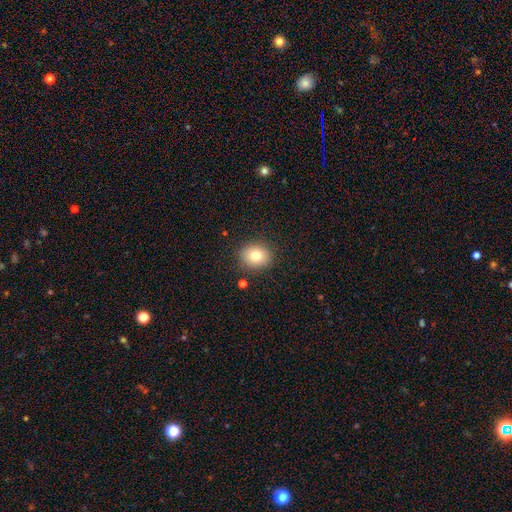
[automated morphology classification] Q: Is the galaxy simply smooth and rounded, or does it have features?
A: smooth — 79%.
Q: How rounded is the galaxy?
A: round — 64%.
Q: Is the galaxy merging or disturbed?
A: none — 86%.